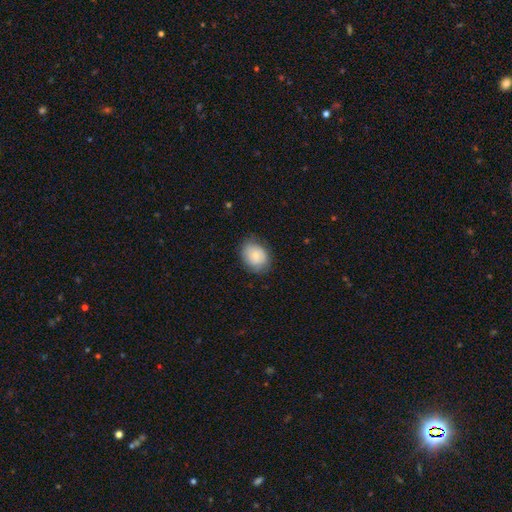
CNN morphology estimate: Smooth or featured? Predicted: smooth (p=0.77). How rounded? Predicted: in between (p=0.52). Merging? Predicted: none (p=0.76).